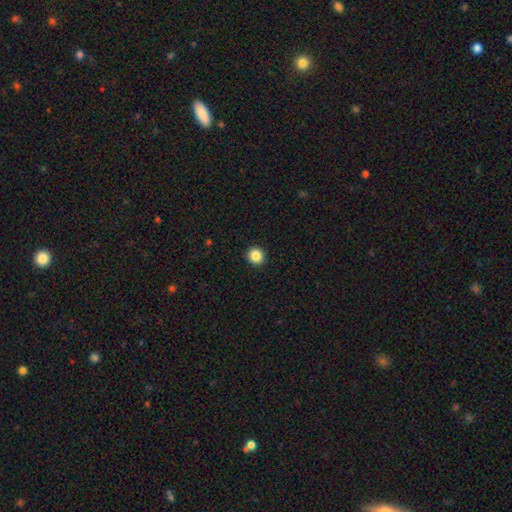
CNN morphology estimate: Smooth or featured? Predicted: smooth (p=0.86). How rounded? Predicted: round (p=0.93). Merging? Predicted: none (p=0.93).